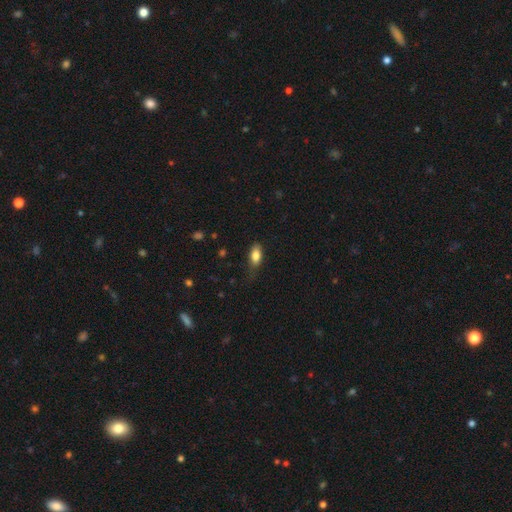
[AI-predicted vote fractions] Overall: smooth (83%). How rounded: in between (86%). Merging: none (62%; minor disturbance 28%).